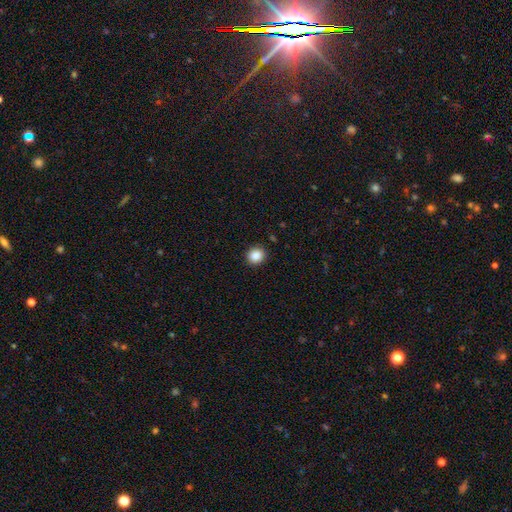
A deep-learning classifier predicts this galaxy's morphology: This appears to be a smooth galaxy with no disk features (87%) that is round (85%). Merging: none (91%).